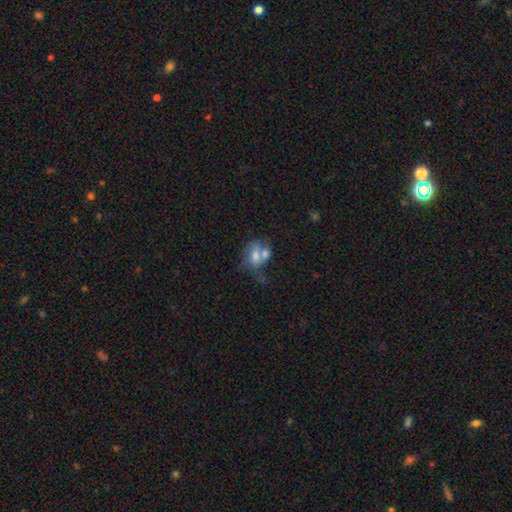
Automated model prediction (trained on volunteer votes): Smooth or featured? smooth (52%)
How rounded? in between (67%)
Merging? merger (55%)